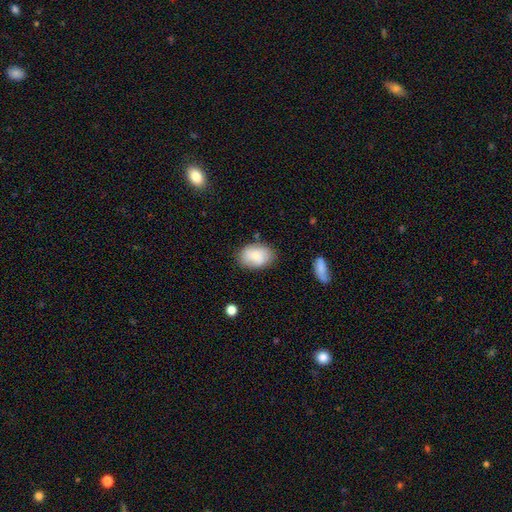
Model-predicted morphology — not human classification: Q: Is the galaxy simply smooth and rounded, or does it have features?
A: smooth — 75%.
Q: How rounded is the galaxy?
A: in between — 83%.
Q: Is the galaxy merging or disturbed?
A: none — 79%.